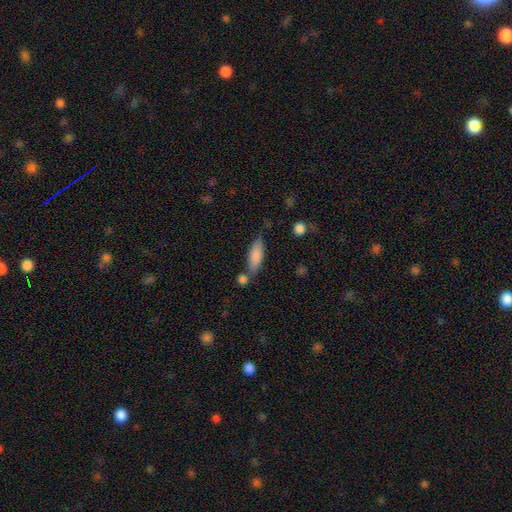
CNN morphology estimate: This is clearly a smooth galaxy (83%). How rounded: likely in between (61%). Merging: likely none (65%).